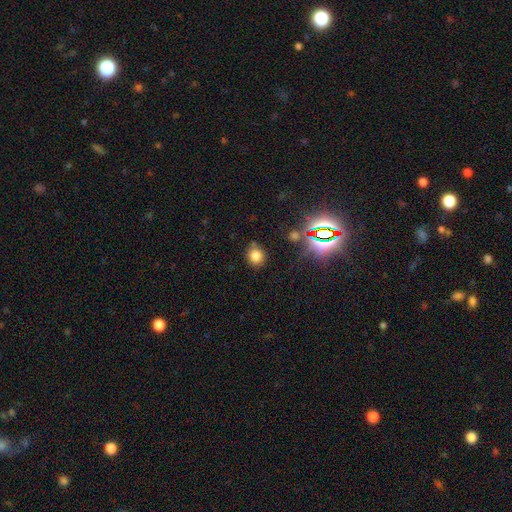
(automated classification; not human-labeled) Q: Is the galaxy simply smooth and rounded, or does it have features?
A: smooth — 75%.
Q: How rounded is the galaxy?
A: round — 79%.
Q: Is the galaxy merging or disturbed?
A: none — 79%.